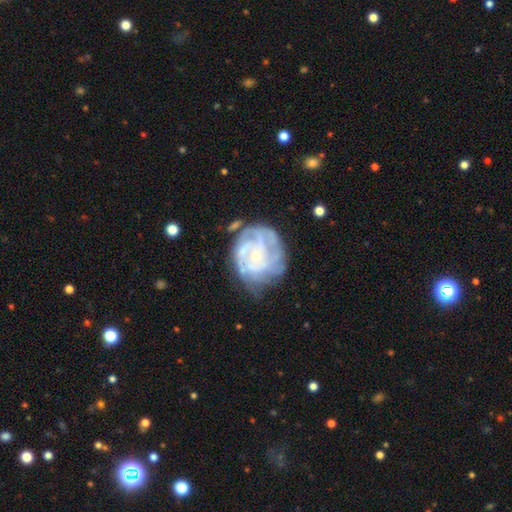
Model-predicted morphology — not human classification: type=featured or disk (81%); edge-on=no (98%); bar=no (72%); spiral arms=yes (89%); winding=tight (66%); arm count=can't tell (40%); bulge=small (74%); merging=none (64%).